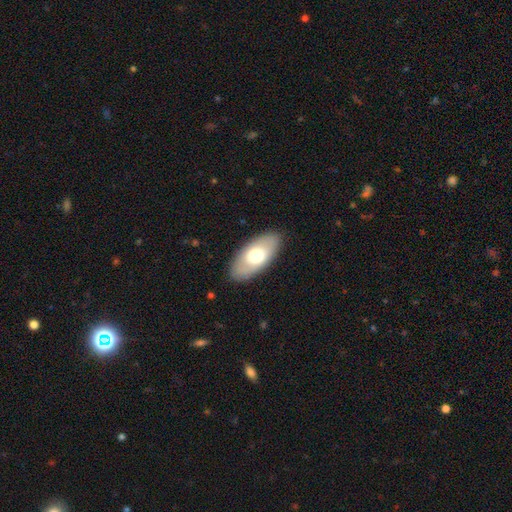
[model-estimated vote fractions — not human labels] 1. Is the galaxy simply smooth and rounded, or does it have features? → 65% smooth, 30% featured or disk, 6% star or artifact.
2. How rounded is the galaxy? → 92% in between, 5% cigar-shaped, 3% round.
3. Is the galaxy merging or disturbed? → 87% none, 9% minor disturbance, 3% major disturbance, 1% merger.